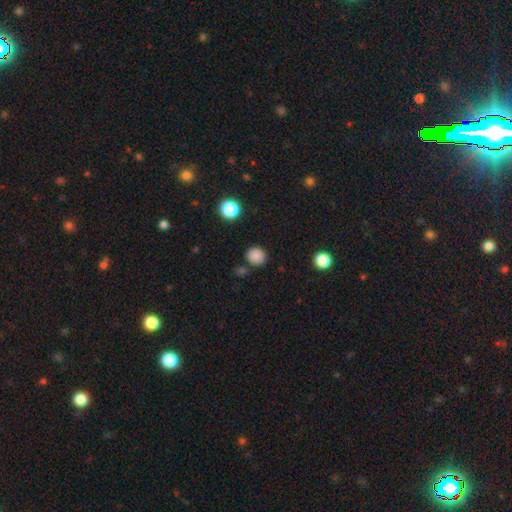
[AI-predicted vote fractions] This is clearly a smooth galaxy (85%). How rounded: clearly round (91%). Merging: clearly none (84%).